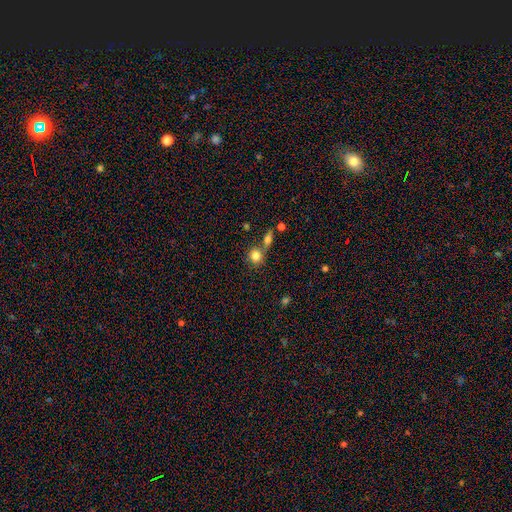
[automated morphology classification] A smooth galaxy with no disk features (81%) that is round (83%).

Vote fractions:
- Smooth or featured? smooth: 81% / star or artifact: 10% / featured or disk: 9%
- How rounded? round: 83% / in between: 15% / cigar-shaped: 2%
- Merging? none: 55% / merger: 31% / minor disturbance: 10% / major disturbance: 4%